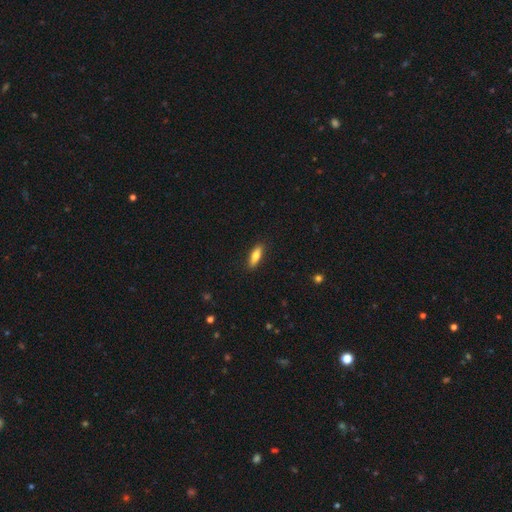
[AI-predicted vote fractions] Overall: smooth (75%). How rounded: in between (53%; cigar-shaped 45%). Merging: none (88%).